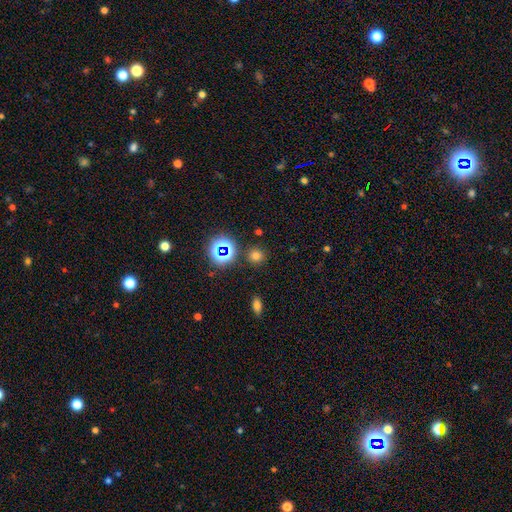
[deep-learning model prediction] Smooth or featured? smooth (69%)
How rounded? round (90%)
Merging? none (86%)